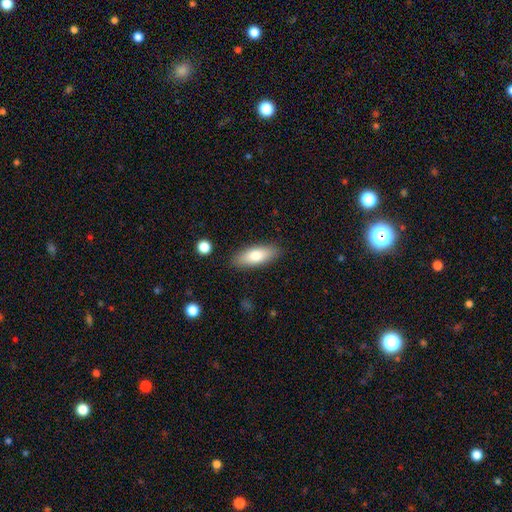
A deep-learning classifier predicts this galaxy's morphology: Smooth or featured? Predicted: smooth (p=0.76). How rounded? Predicted: in between (p=0.68). Merging? Predicted: none (p=0.87).